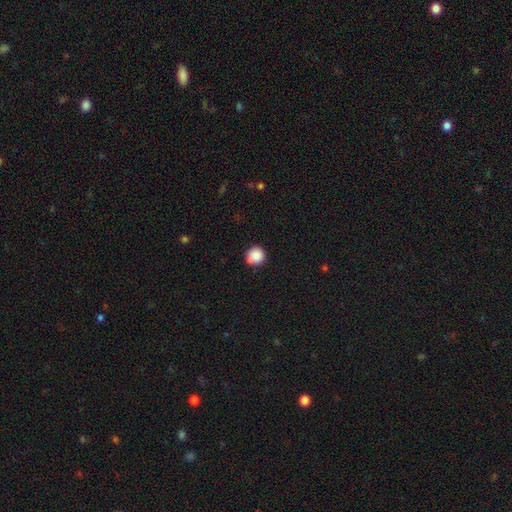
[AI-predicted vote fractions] Overall: smooth (86%). How rounded: round (93%). Merging: none (77%).